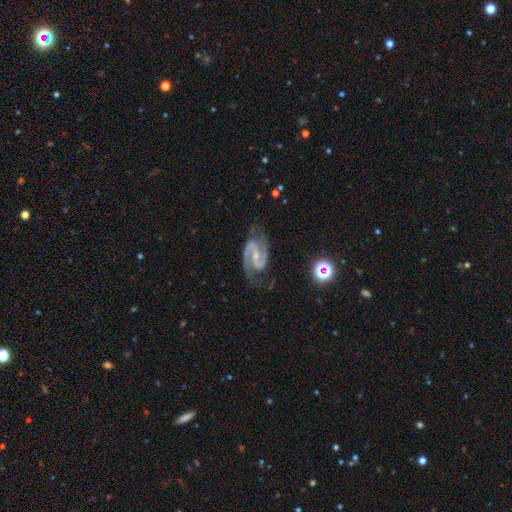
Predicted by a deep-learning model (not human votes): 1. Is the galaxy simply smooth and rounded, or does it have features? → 92% featured or disk, 5% star or artifact, 3% smooth.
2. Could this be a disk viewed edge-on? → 98% no, 2% yes.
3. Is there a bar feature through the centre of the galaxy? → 43% weak, 36% strong, 21% no.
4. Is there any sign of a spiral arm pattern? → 98% yes, 2% no.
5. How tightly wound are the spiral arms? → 62% medium, 23% tight, 14% loose.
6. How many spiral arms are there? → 94% 2, 2% can't tell, 1% 3, 1% 1, 1% 4, 1% more than 4.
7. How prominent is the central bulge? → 66% small, 23% moderate, 8% none, 1% large, 1% dominant.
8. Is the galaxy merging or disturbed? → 75% none, 17% minor disturbance, 6% major disturbance, 2% merger.